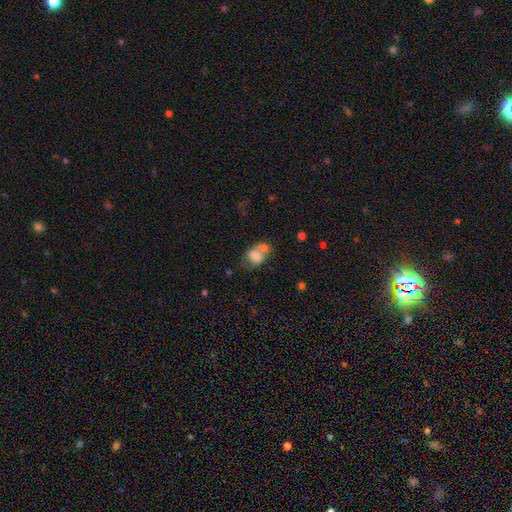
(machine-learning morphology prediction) Smooth or featured: smooth — 69% (featured or disk — 21%)
How rounded: in between — 61% (round — 38%)
Merging: merger — 59% (none — 23%)